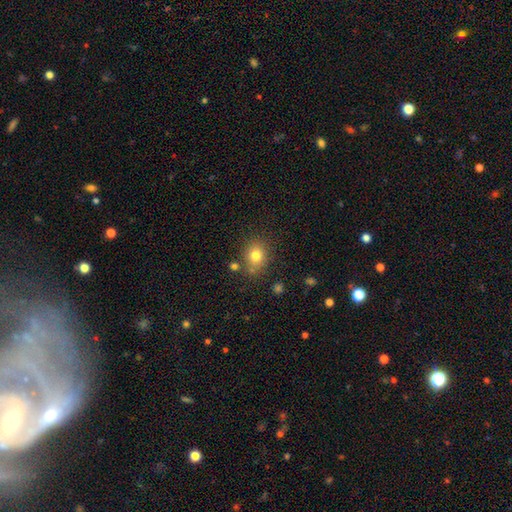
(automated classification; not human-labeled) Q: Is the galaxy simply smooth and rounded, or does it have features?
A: smooth — 79%.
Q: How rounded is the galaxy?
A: round — 65%.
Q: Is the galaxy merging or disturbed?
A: none — 77%.